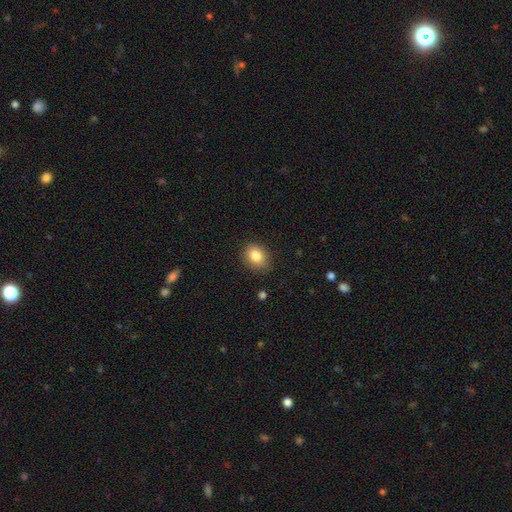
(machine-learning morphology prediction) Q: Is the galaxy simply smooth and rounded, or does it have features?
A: smooth — 84%.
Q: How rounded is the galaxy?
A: in between — 61%.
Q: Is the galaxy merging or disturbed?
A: none — 85%.